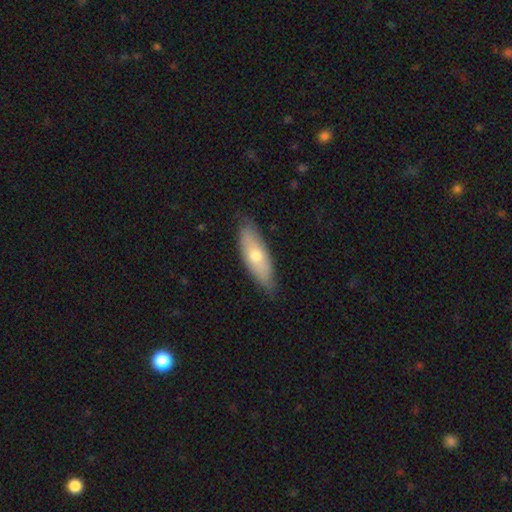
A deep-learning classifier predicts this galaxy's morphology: This appears to be a smooth galaxy with no disk features (61%) that is in between round and cigar-shaped (58%). Merging: none (81%).